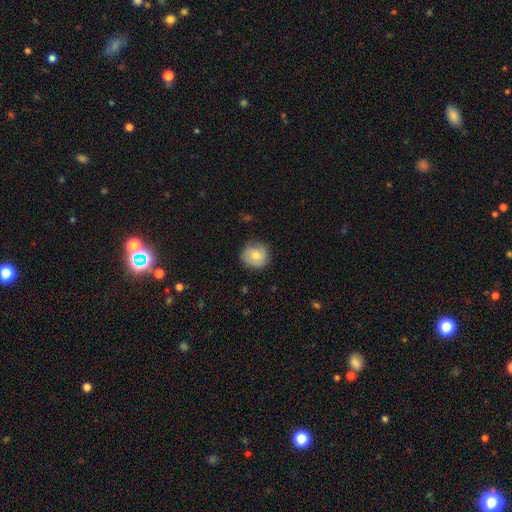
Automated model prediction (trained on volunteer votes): The model was most divided on "smooth or featured": smooth: 72%, featured or disk: 21%, star or artifact: 8%. More confident: how rounded — round (87%); merging — none (80%).